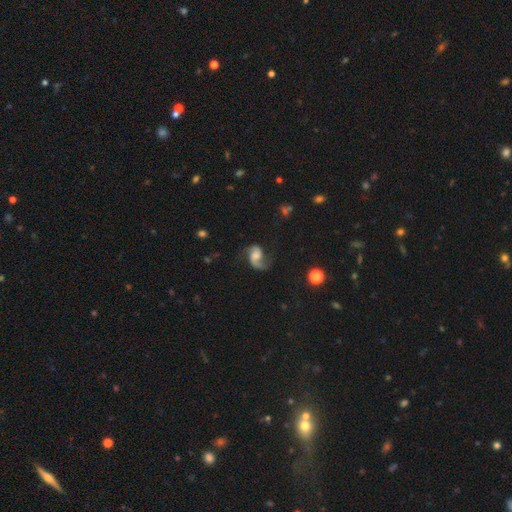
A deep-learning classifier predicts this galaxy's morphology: A featured or disk galaxy (83%) with no bar (53%), 2 (87%) loose (58%) spiral arms (96%) and a moderate central bulge (34%).

Vote fractions:
- Smooth or featured? featured or disk: 83% / smooth: 10% / star or artifact: 7%
- Edge-on disk? no: 98% / yes: 2%
- Bar? no: 53% / weak: 38% / strong: 9%
- Spiral arms? yes: 96% / no: 4%
- Spiral winding? loose: 58% / medium: 35% / tight: 7%
- Spiral arm count? 2: 87% / 1: 8% / can't tell: 2% / 3: 1% / 4: 1% / more than 4: 1%
- Bulge size? moderate: 34% / small: 23% / none: 21% / large: 19% / dominant: 3%
- Merging? none: 67% / minor disturbance: 17% / major disturbance: 14% / merger: 2%